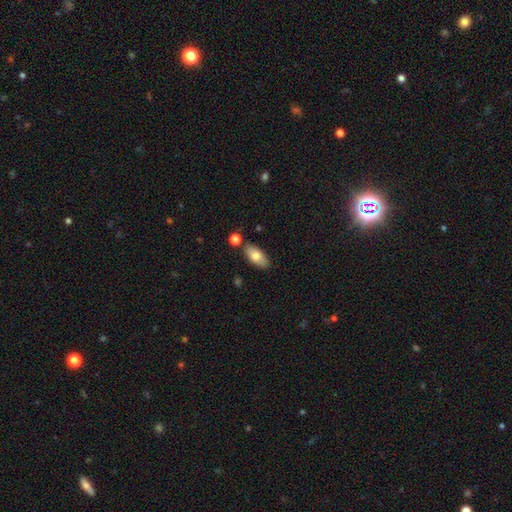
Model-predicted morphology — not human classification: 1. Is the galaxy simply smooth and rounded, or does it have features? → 76% smooth, 17% featured or disk, 7% star or artifact.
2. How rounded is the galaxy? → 88% in between, 9% cigar-shaped, 3% round.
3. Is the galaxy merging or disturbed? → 78% none, 12% minor disturbance, 7% merger, 3% major disturbance.